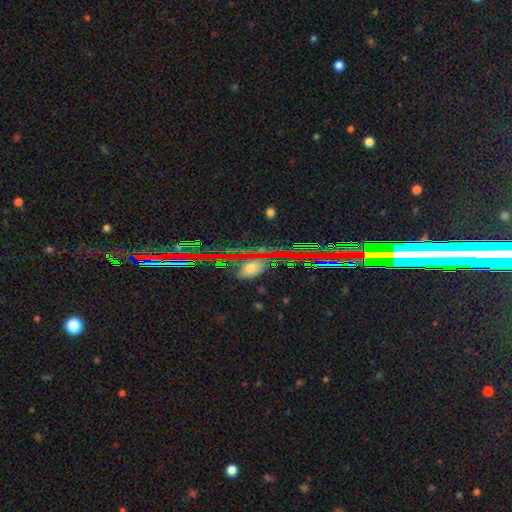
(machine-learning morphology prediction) smooth-or-featured: star or artifact: 82% | featured or disk: 11% | smooth: 8%